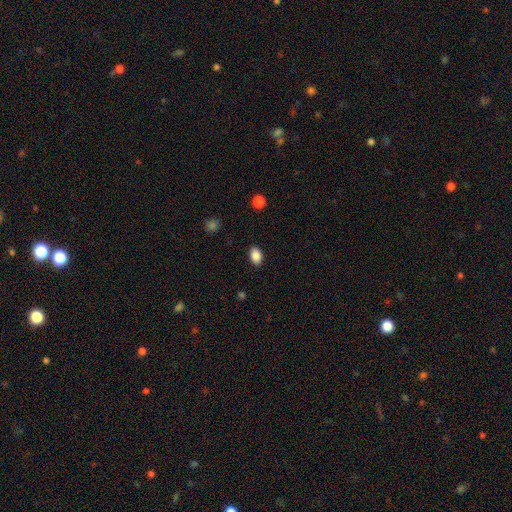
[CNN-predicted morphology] This appears to be a smooth galaxy with no disk features (88%) that is in between round and cigar-shaped (86%). Merging: none (88%).